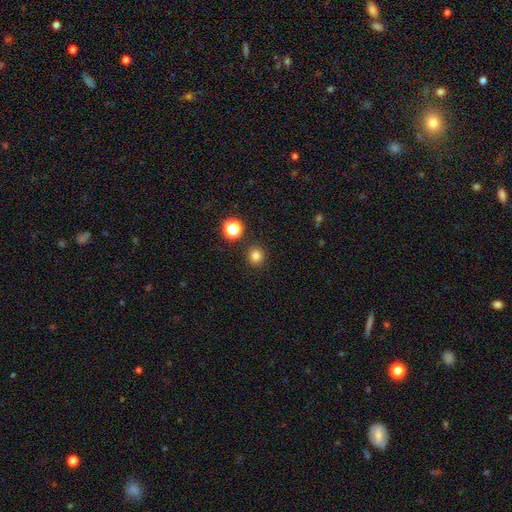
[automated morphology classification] smooth_or_featured: smooth (p=0.81) [alt: star or artifact p=0.15]
how_rounded: round (p=0.93) [alt: in between p=0.06]
merging: none (p=0.91) [alt: minor disturbance p=0.05]